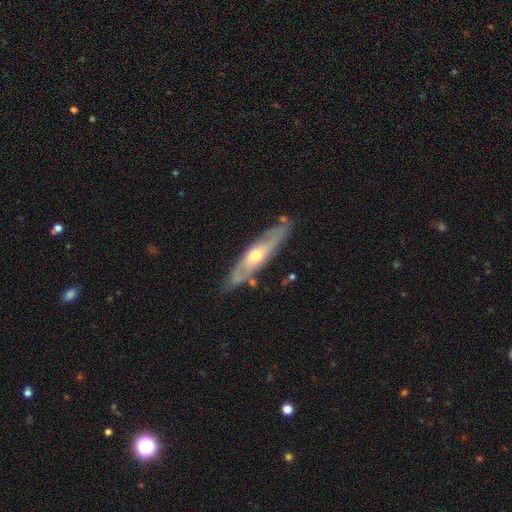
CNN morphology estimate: smooth_or_featured: featured or disk (p=0.65) [alt: smooth p=0.30]
disk_edge_on: yes (p=0.53) [alt: no p=0.47]
merging: none (p=0.77) [alt: minor disturbance p=0.16]